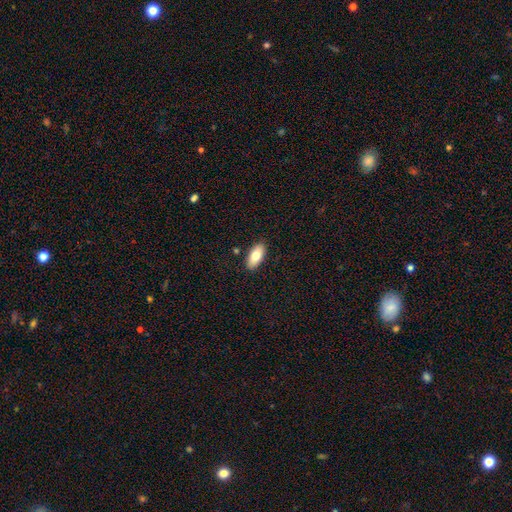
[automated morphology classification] smooth_or_featured: smooth (p=0.77) [alt: featured or disk p=0.17]
how_rounded: in between (p=0.90) [alt: cigar-shaped p=0.08]
merging: none (p=0.88) [alt: minor disturbance p=0.08]